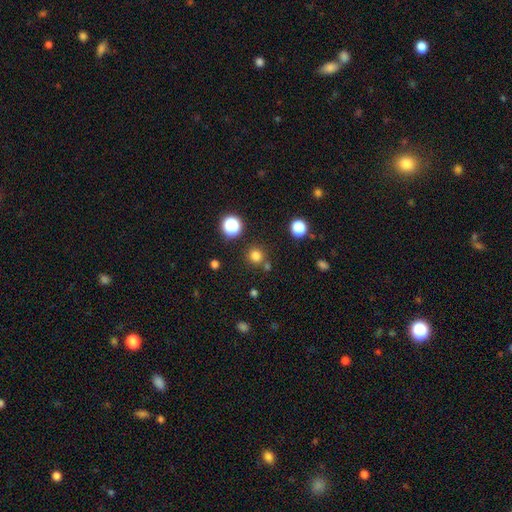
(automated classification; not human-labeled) Morphology: type=smooth (77%); roundness=round (93%); merging=none (80%).